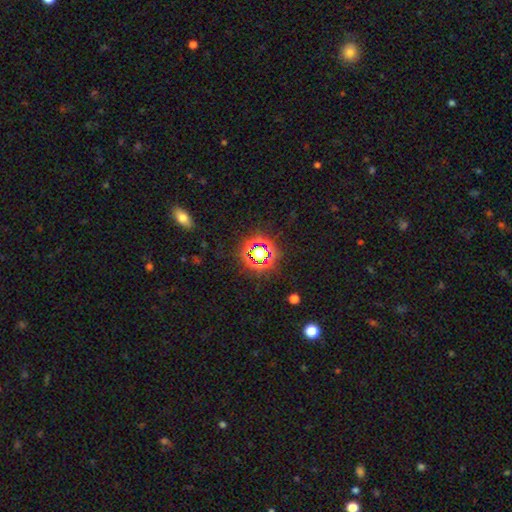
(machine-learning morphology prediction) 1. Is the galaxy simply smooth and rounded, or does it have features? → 71% star or artifact, 19% smooth, 10% featured or disk.